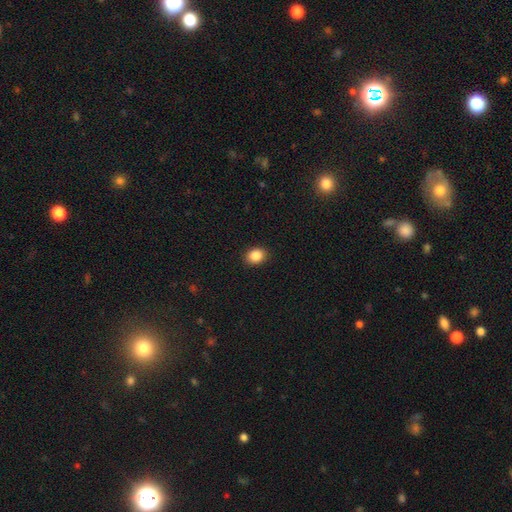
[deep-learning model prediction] A smooth galaxy with no disk features (87%) that is in between round and cigar-shaped (51%).

Vote fractions:
- Smooth or featured? smooth: 87% / star or artifact: 9% / featured or disk: 4%
- How rounded? in between: 51% / round: 48% / cigar-shaped: 1%
- Merging? none: 90% / minor disturbance: 7% / major disturbance: 2% / merger: 1%